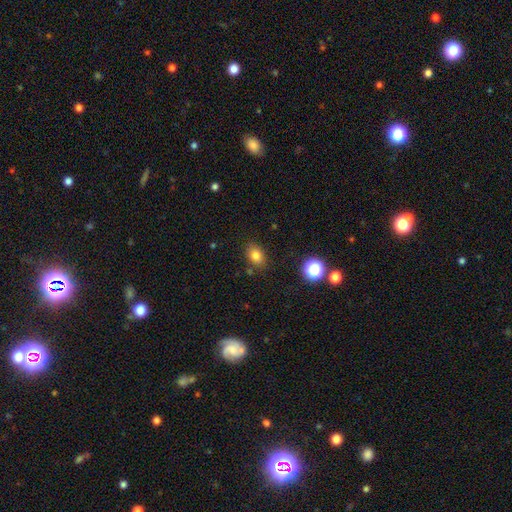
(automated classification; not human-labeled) The model was most divided on "how rounded": in between: 72%, round: 26%, cigar-shaped: 1%. More confident: merging — none (83%); smooth or featured — smooth (80%).